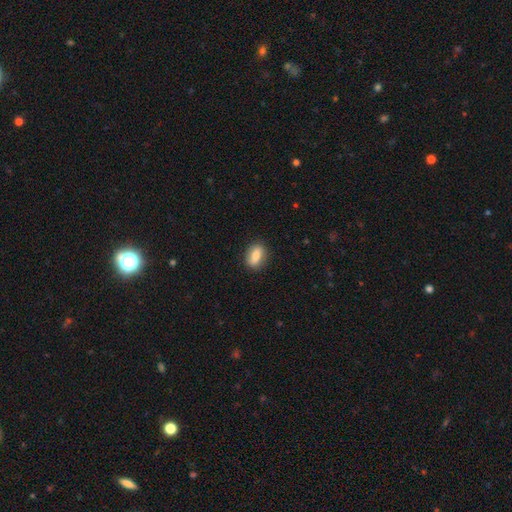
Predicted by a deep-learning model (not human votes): Smooth or featured?
  - smooth: 78% *
  - featured or disk: 15%
  - star or artifact: 7%
How rounded?
  - in between: 79% *
  - round: 14%
  - cigar-shaped: 7%
Merging?
  - none: 86% *
  - minor disturbance: 11%
  - major disturbance: 3%
  - merger: 1%